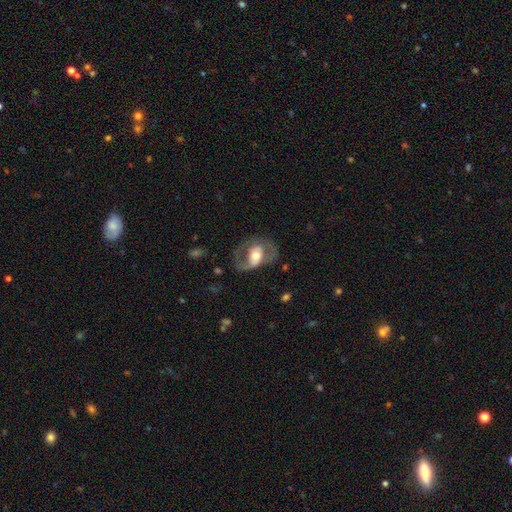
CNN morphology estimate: featured or disk 66%, smooth 28%, star or artifact 6%. Down the decision tree: edge-on disk — no (95%); bar — no (48%); spiral arms — yes (62%); bulge size — moderate (62%); merging — none (54%).